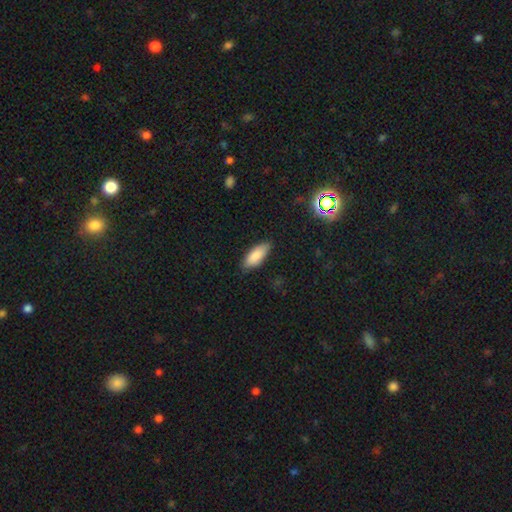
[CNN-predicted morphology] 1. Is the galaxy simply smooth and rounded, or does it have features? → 86% smooth, 8% featured or disk, 7% star or artifact.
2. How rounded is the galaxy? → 76% in between, 22% cigar-shaped, 2% round.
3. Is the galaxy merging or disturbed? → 85% none, 12% minor disturbance, 2% major disturbance, 1% merger.